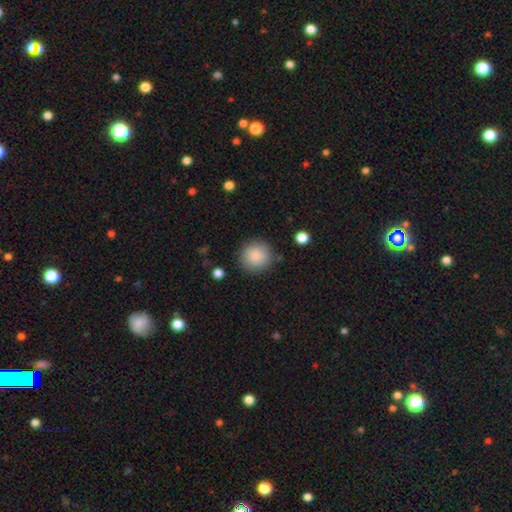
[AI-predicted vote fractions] Q: Smooth or featured?
A: smooth (87%); runner-up: star or artifact (7%)
Q: How rounded?
A: round (92%); runner-up: in between (7%)
Q: Merging?
A: none (85%); runner-up: minor disturbance (10%)